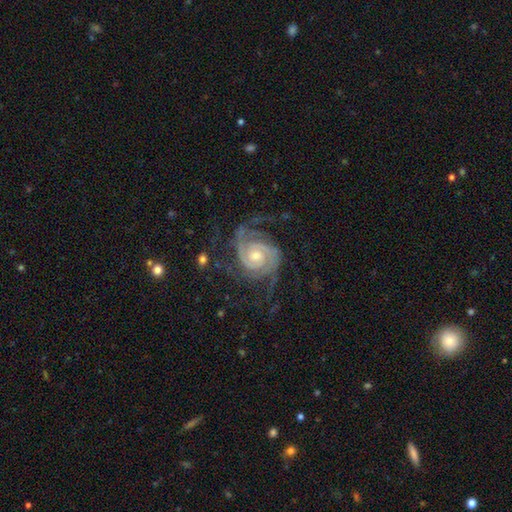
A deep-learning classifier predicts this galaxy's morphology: Smooth or featured?
  - featured or disk: 92% *
  - star or artifact: 5%
  - smooth: 3%
Edge-on disk?
  - no: 98% *
  - yes: 2%
Bar?
  - no: 65% *
  - weak: 28%
  - strong: 7%
Spiral arms?
  - yes: 98% *
  - no: 2%
Spiral winding?
  - tight: 58% *
  - medium: 35%
  - loose: 7%
Spiral arm count?
  - 2: 58% *
  - 3: 19%
  - can't tell: 9%
  - 4: 5%
  - 1: 4%
  - more than 4: 4%
Bulge size?
  - moderate: 55% *
  - small: 39%
  - large: 3%
  - none: 2%
  - dominant: 1%
Merging?
  - none: 67% *
  - minor disturbance: 18%
  - major disturbance: 14%
  - merger: 2%